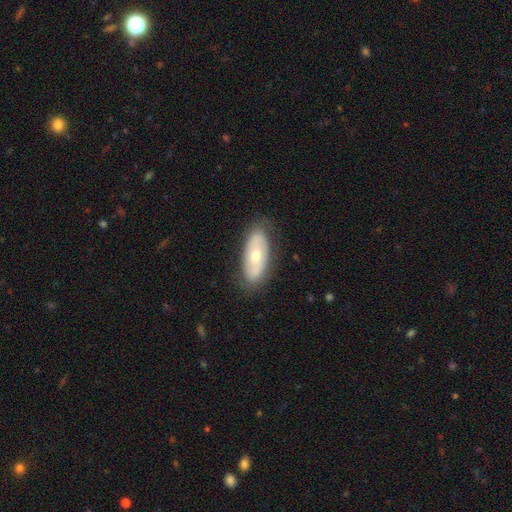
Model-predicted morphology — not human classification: Q: Smooth or featured?
A: smooth (49%); runner-up: featured or disk (44%)
Q: Merging?
A: none (81%); runner-up: minor disturbance (14%)